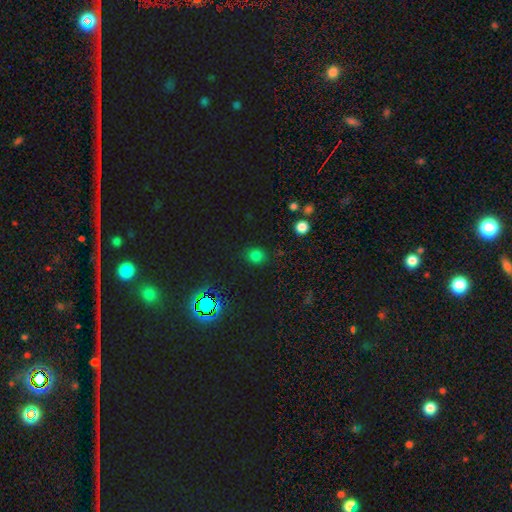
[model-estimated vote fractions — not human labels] Morphology: type=smooth (70%); roundness=round (82%); merging=none (86%).